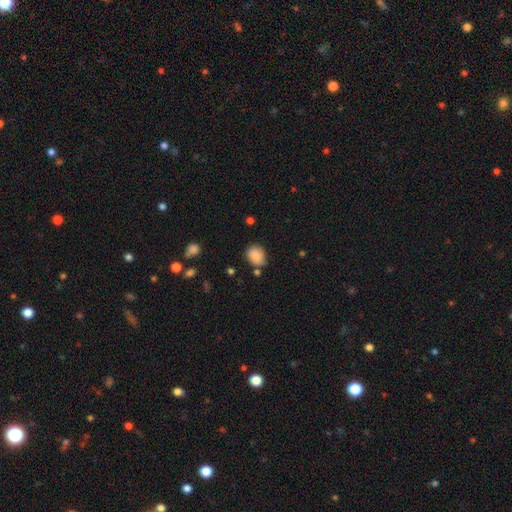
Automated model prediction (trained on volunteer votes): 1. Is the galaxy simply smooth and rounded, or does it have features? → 85% smooth, 8% star or artifact, 6% featured or disk.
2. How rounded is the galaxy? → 58% round, 41% in between, 1% cigar-shaped.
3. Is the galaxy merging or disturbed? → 67% none, 23% minor disturbance, 6% merger, 5% major disturbance.